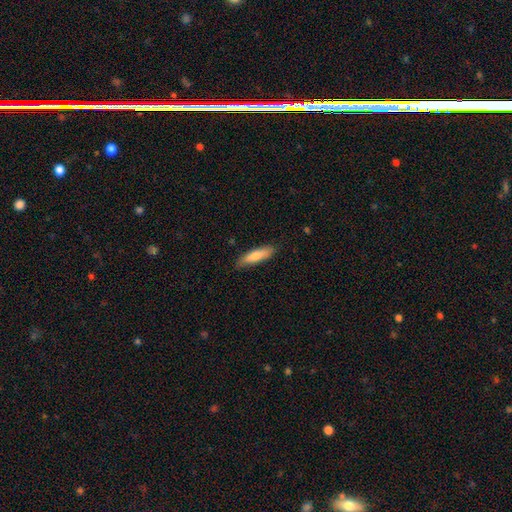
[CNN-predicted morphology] This appears to be a smooth galaxy with no disk features (78%) that is cigar-shaped (70%). Merging: none (81%).